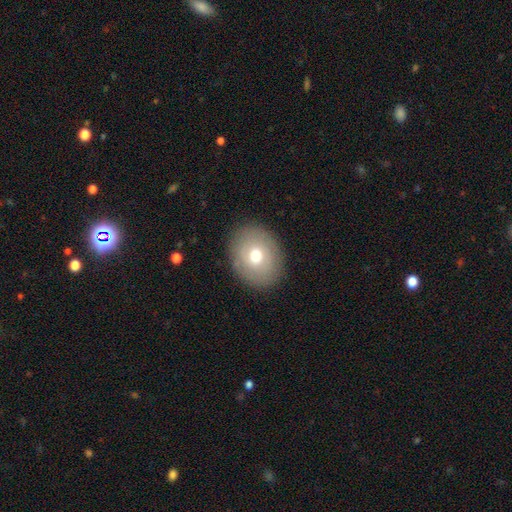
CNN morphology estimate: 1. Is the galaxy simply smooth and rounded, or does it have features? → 68% smooth, 23% featured or disk, 9% star or artifact.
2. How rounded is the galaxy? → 53% round, 47% in between, 1% cigar-shaped.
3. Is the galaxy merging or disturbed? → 87% none, 9% minor disturbance, 3% major disturbance, 1% merger.